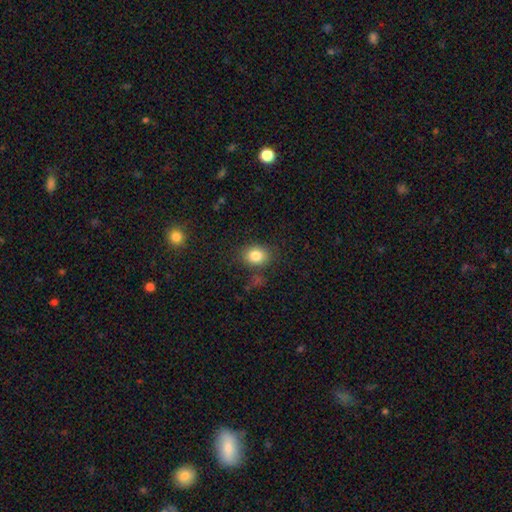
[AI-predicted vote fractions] Q: Smooth or featured?
A: smooth (83%); runner-up: star or artifact (10%)
Q: How rounded?
A: in between (51%); runner-up: round (48%)
Q: Merging?
A: none (81%); runner-up: minor disturbance (13%)